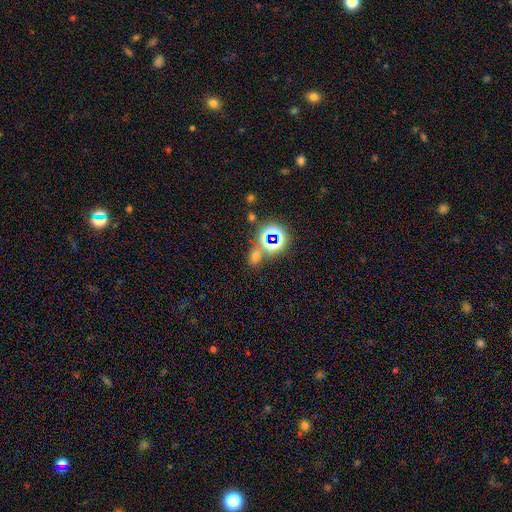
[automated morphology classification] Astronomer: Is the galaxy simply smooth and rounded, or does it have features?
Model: star or artifact — 47% (runner-up: smooth, 45%).